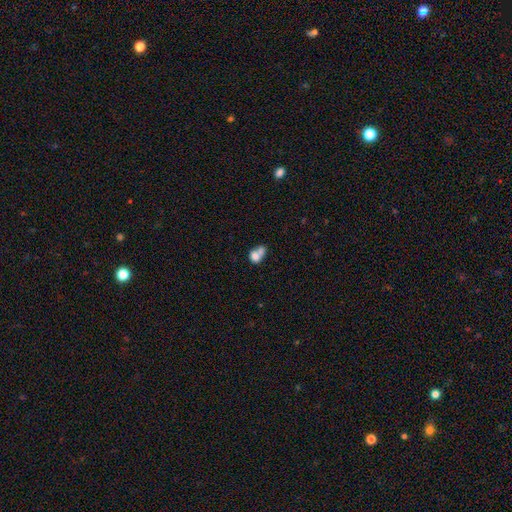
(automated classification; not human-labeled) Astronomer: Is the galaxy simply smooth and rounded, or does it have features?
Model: smooth — 73%.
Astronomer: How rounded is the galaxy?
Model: in between — 50% (runner-up: round, 49%).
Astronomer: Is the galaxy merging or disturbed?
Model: merger — 66%.